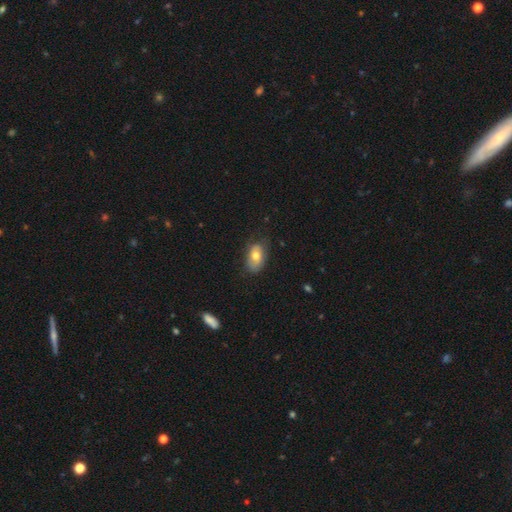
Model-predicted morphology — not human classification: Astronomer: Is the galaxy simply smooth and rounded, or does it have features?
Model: smooth — 68%.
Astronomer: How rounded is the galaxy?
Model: in between — 89%.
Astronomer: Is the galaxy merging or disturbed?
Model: none — 66%.